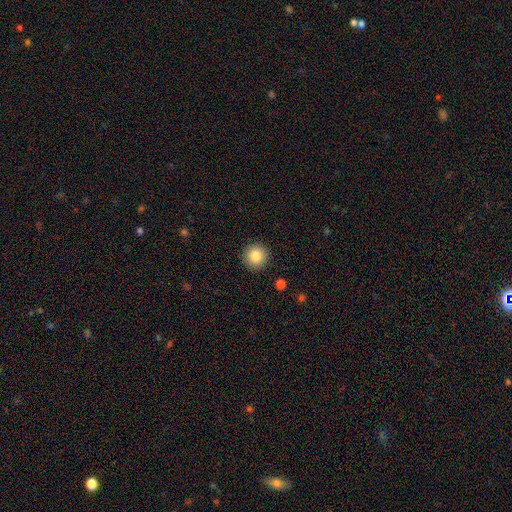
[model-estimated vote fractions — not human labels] A smooth galaxy with no disk features (85%) that is round (94%). Merging: none (92%).